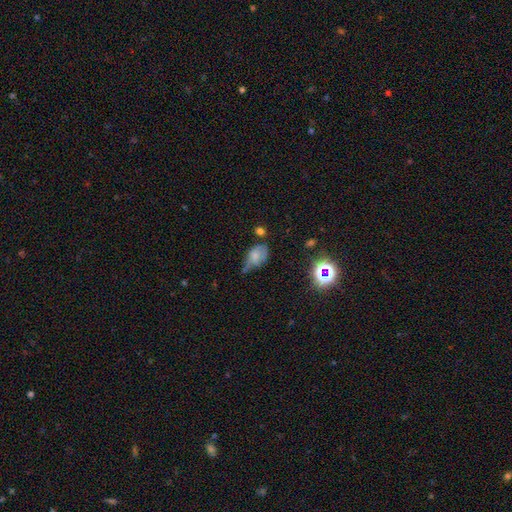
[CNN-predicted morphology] Q: Smooth or featured?
A: smooth (60%); runner-up: featured or disk (26%)
Q: How rounded?
A: in between (82%); runner-up: round (15%)
Q: Merging?
A: minor disturbance (41%); runner-up: none (27%)